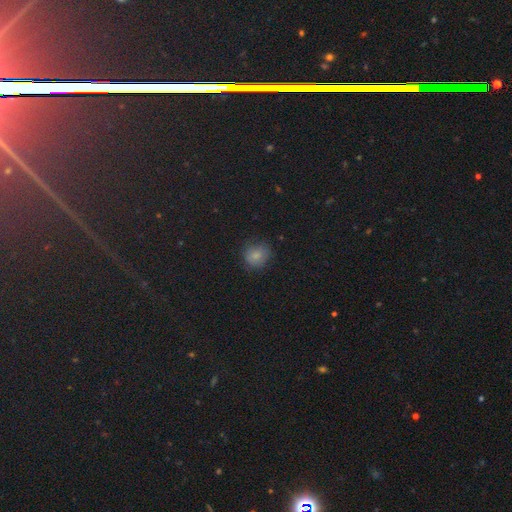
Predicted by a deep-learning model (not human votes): This is clearly a smooth galaxy (81%). How rounded: likely round (79%). Merging: likely none (76%).